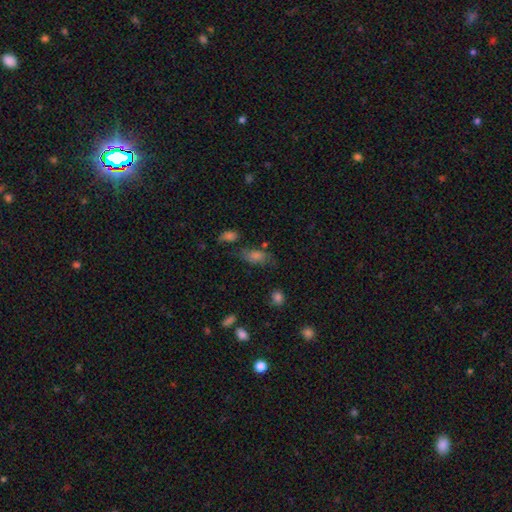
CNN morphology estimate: smooth 60%, featured or disk 20%, star or artifact 20%. Down the decision tree: how rounded — in between (78%); merging — none (58%).